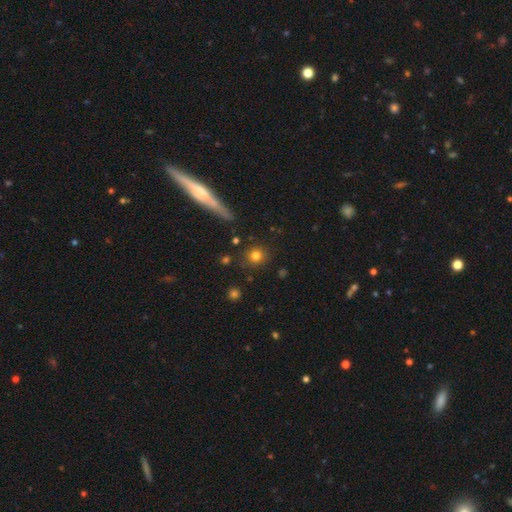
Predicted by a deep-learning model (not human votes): Smooth or featured? smooth (79%)
How rounded? round (88%)
Merging? none (85%)